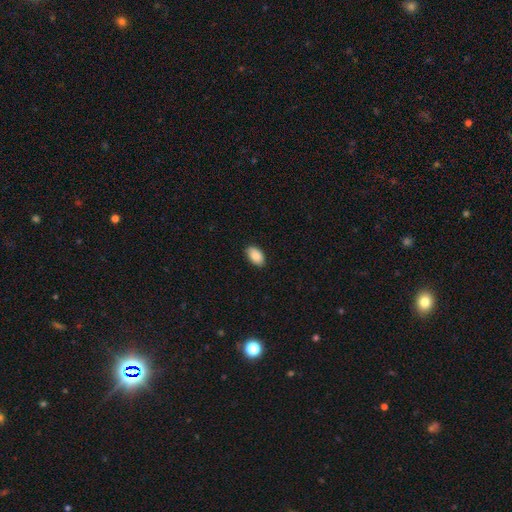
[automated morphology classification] Smooth or featured? Predicted: smooth (p=0.89). How rounded? Predicted: in between (p=0.94). Merging? Predicted: none (p=0.86).